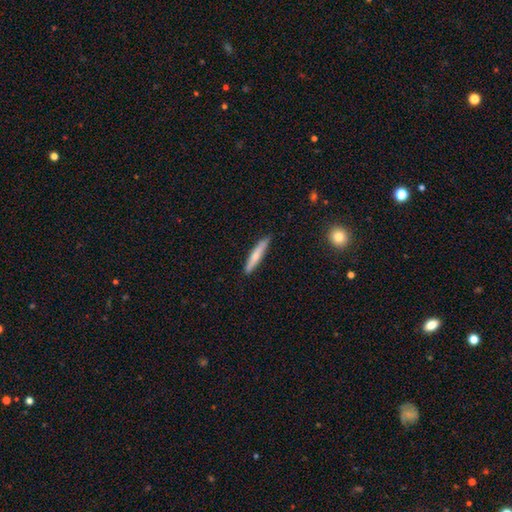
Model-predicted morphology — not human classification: Smooth or featured: smooth — 66% (featured or disk — 28%)
How rounded: cigar-shaped — 92% (in between — 7%)
Merging: none — 86% (minor disturbance — 11%)